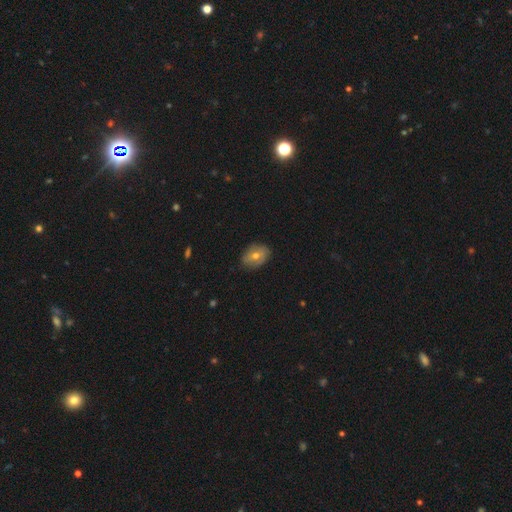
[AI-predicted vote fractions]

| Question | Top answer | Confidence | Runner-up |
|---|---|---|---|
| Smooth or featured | smooth | 55% | featured or disk (34%) |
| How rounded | in between | 71% | round (27%) |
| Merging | none | 79% | minor disturbance (17%) |